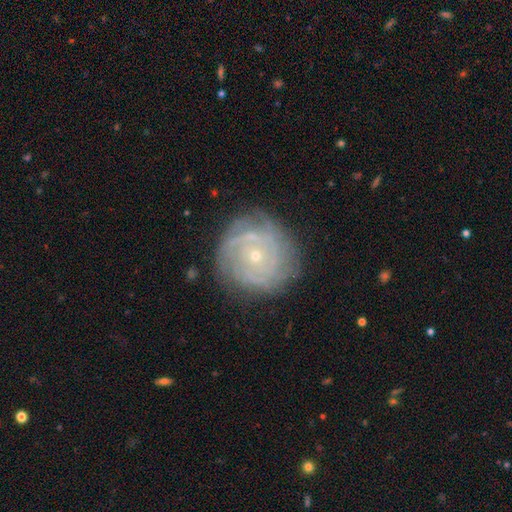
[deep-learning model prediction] The model was most divided on "spiral arm count": can't tell: 38%, 3: 18%, 2: 17%, 4: 13%, more than 4: 7%, 1: 6%. More confident: edge-on disk — no (97%); spiral arms — yes (91%); bar — no (82%); bulge size — small (82%); smooth or featured — featured or disk (78%); merging — none (78%); spiral winding — tight (76%).